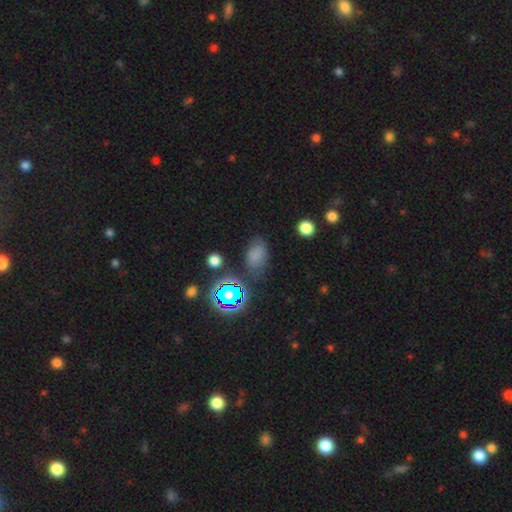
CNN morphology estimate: Smooth or featured? smooth (71%)
How rounded? in between (86%)
Merging? none (69%)